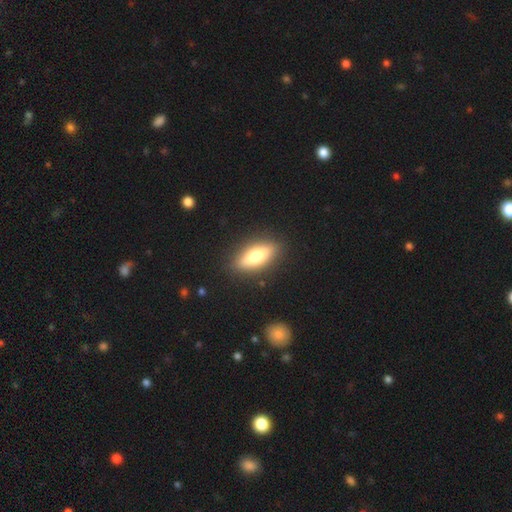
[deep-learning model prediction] Smooth or featured? Predicted: smooth (p=0.68). How rounded? Predicted: in between (p=0.70). Merging? Predicted: none (p=0.88).